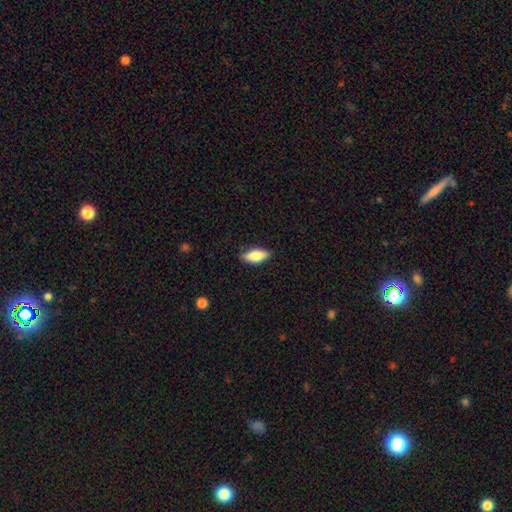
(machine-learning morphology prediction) Smooth or featured? Predicted: smooth (p=0.75). How rounded? Predicted: in between (p=0.77). Merging? Predicted: none (p=0.85).